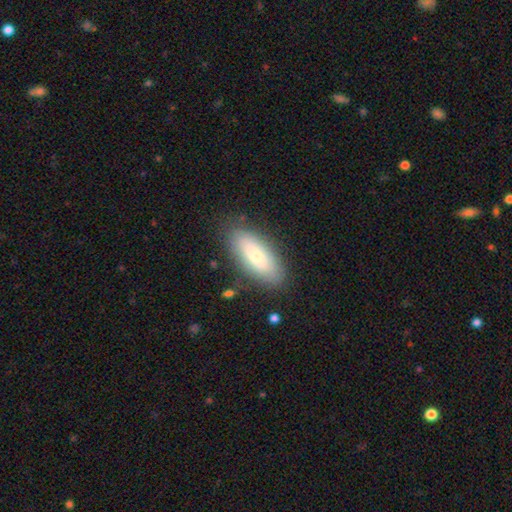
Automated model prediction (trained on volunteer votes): smooth-or-featured: smooth: 74% | featured or disk: 20% | star or artifact: 6%
  how-rounded: in between: 79% | cigar-shaped: 19% | round: 2%
  merging: none: 82% | minor disturbance: 13% | major disturbance: 3% | merger: 2%